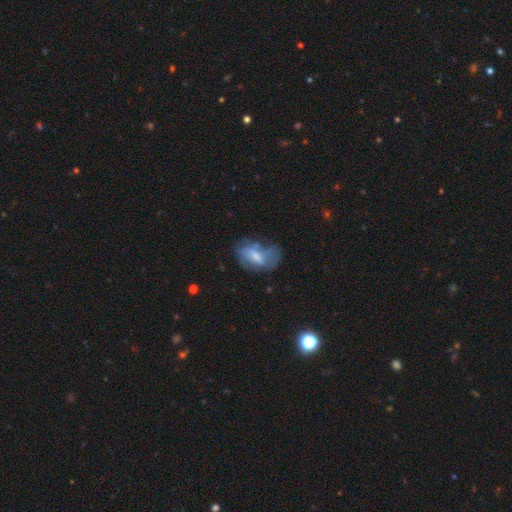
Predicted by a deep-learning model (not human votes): A smooth galaxy with no disk features (50%).

Vote fractions:
- Smooth or featured? smooth: 50% / featured or disk: 41% / star or artifact: 9%
- Merging? none: 40% / minor disturbance: 29% / major disturbance: 27% / merger: 4%